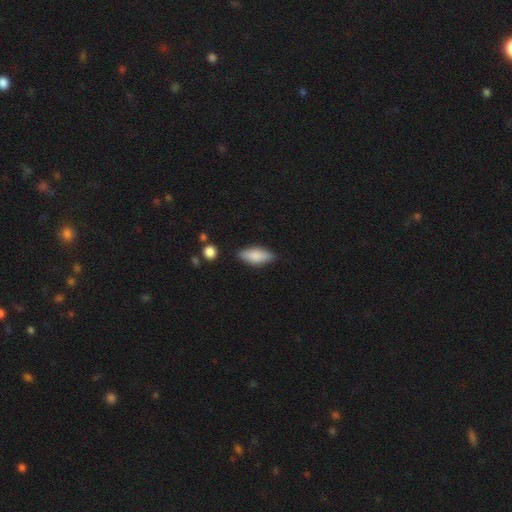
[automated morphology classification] A smooth galaxy with no disk features (81%) that is in between round and cigar-shaped (77%).

Vote fractions:
- Smooth or featured? smooth: 81% / featured or disk: 13% / star or artifact: 6%
- How rounded? in between: 77% / cigar-shaped: 21% / round: 2%
- Merging? none: 81% / minor disturbance: 14% / major disturbance: 3% / merger: 2%